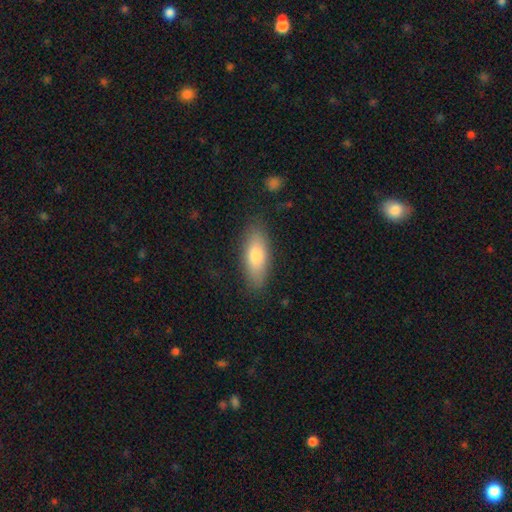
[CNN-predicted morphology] smooth_or_featured: smooth (p=0.75) [alt: featured or disk p=0.19]
how_rounded: in between (p=0.66) [alt: cigar-shaped p=0.31]
merging: none (p=0.85) [alt: minor disturbance p=0.11]